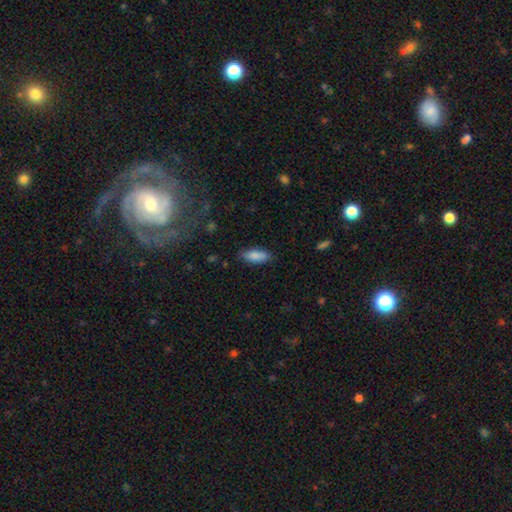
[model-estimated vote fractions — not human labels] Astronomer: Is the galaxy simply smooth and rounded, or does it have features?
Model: smooth — 84%.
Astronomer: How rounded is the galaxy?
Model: in between — 72%.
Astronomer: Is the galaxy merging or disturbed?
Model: none — 81%.